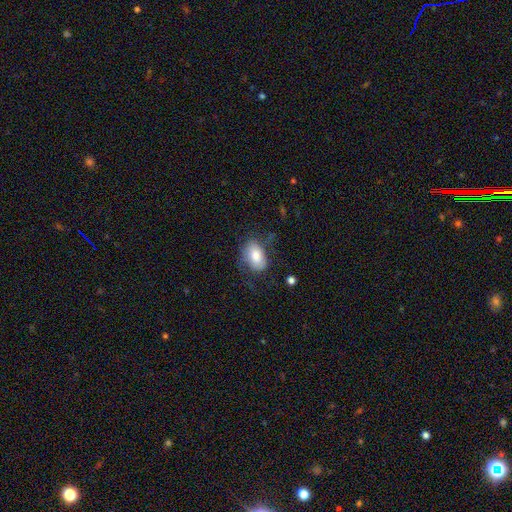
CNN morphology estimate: A smooth galaxy with no disk features (73%) that is in between round and cigar-shaped (86%).

Vote fractions:
- Smooth or featured? smooth: 73% / featured or disk: 19% / star or artifact: 7%
- How rounded? in between: 86% / round: 12% / cigar-shaped: 1%
- Merging? none: 54% / minor disturbance: 26% / major disturbance: 18% / merger: 2%